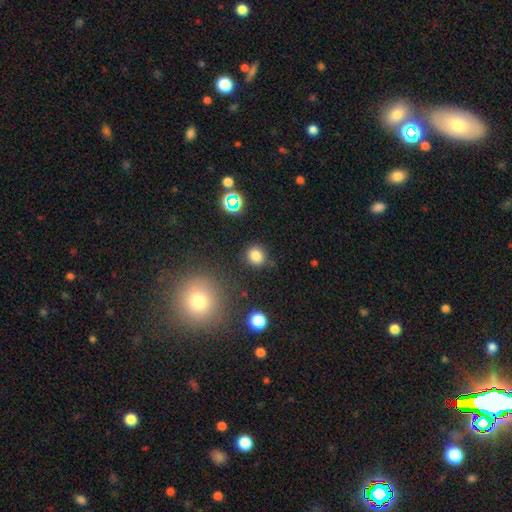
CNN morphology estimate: Smooth or featured? smooth (81%)
How rounded? round (83%)
Merging? none (82%)